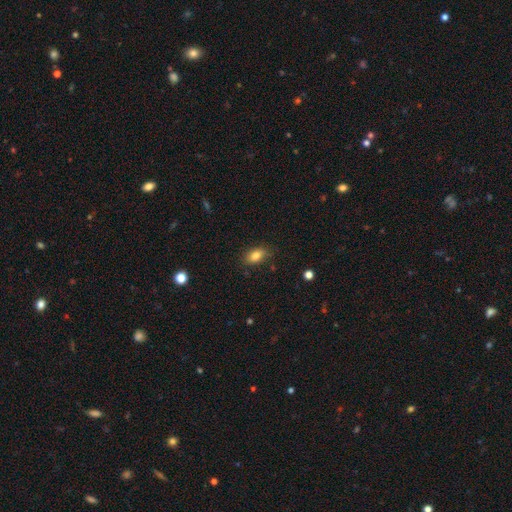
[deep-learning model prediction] This appears to be a smooth galaxy with no disk features (83%) that is in between round and cigar-shaped (86%). Merging: none (82%).